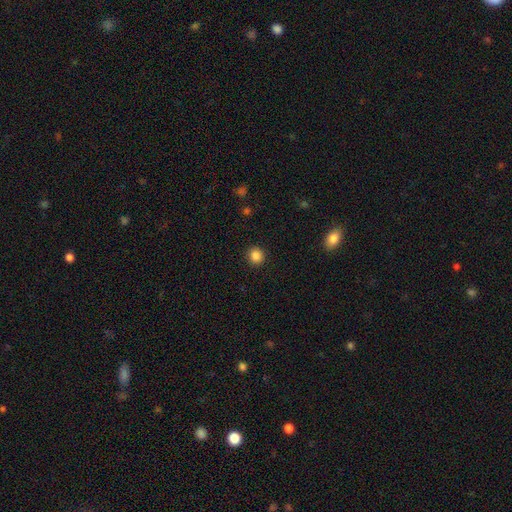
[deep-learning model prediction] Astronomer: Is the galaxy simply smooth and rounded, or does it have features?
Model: smooth — 85%.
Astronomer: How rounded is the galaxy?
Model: round — 92%.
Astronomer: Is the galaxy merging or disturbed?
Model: none — 92%.